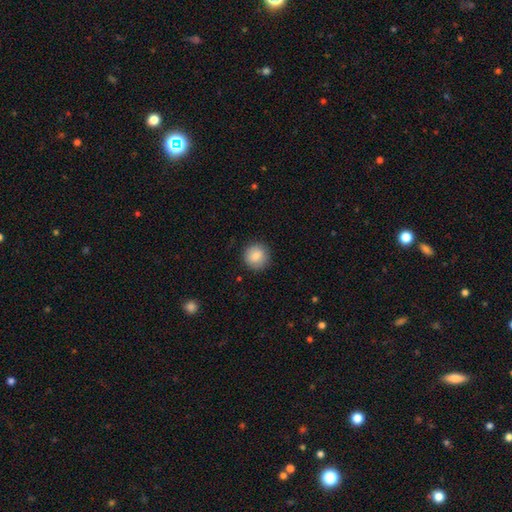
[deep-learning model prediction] Smooth or featured: smooth — 85% (star or artifact — 8%)
How rounded: round — 92% (in between — 7%)
Merging: none — 89% (minor disturbance — 8%)